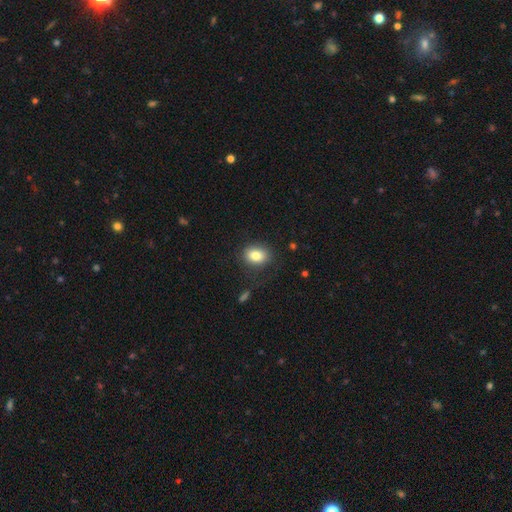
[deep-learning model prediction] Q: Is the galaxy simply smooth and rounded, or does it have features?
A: smooth — 82%.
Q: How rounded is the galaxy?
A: in between — 59%.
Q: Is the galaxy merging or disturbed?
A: none — 80%.